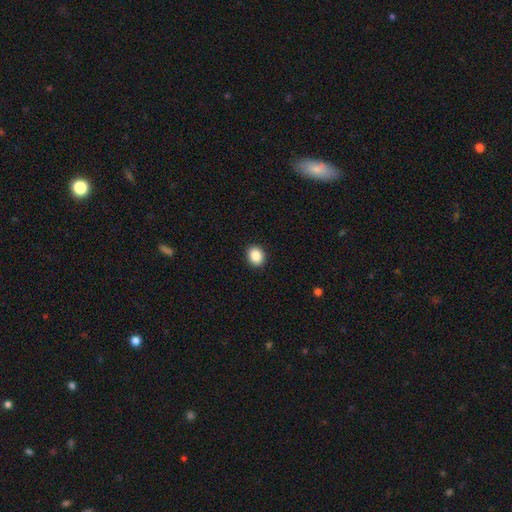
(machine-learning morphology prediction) A smooth galaxy with no disk features (87%) that is round (60%). Merging: none (91%).